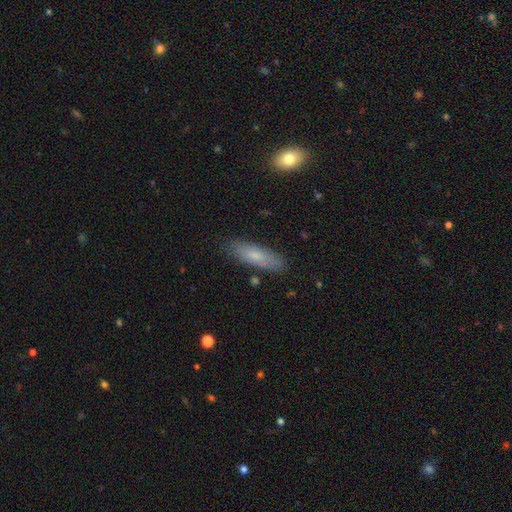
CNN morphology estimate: The model was most divided on "how rounded": cigar-shaped: 53%, in between: 45%, round: 2%. More confident: merging — none (83%); smooth or featured — smooth (72%).